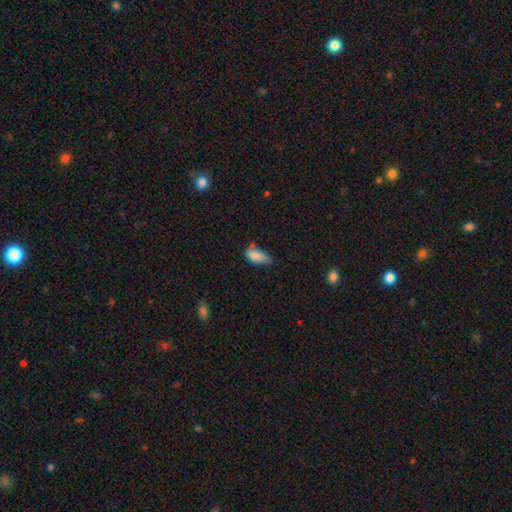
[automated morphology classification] smooth 83%, featured or disk 9%, star or artifact 8%. Down the decision tree: how rounded — in between (89%); merging — minor disturbance (41%).